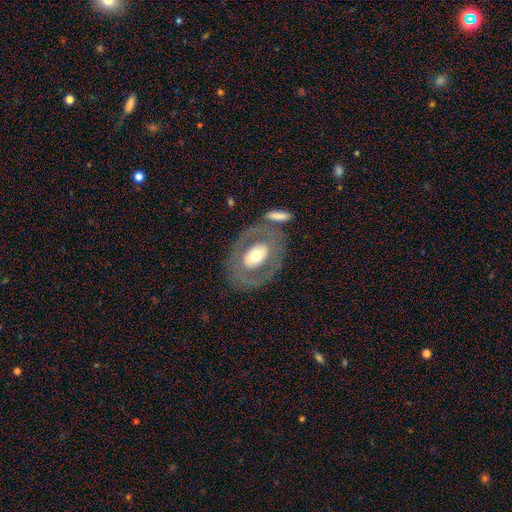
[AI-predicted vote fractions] A featured or disk galaxy (53%).

Vote fractions:
- Smooth or featured? featured or disk: 53% / smooth: 41% / star or artifact: 6%
- Edge-on disk? no: 91% / yes: 9%
- Merging? none: 75% / minor disturbance: 11% / major disturbance: 8% / merger: 6%